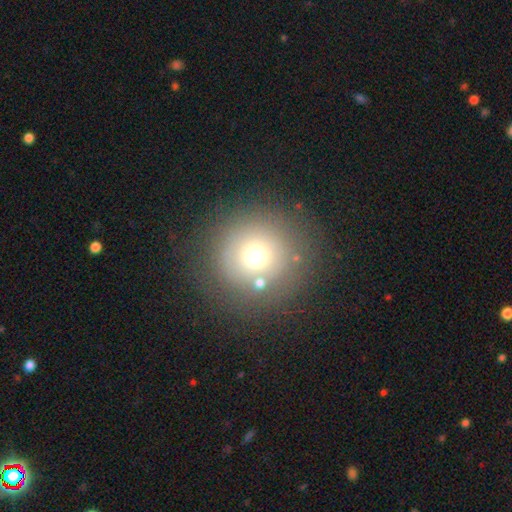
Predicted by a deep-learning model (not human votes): Smooth or featured? Predicted: smooth (p=0.68). How rounded? Predicted: round (p=0.95). Merging? Predicted: none (p=0.79).